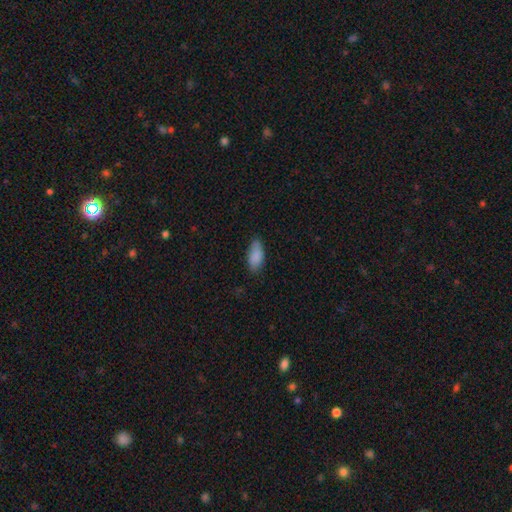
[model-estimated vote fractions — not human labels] This appears to be a smooth galaxy with no disk features (87%) that is in between round and cigar-shaped (88%). Merging: none (75%).